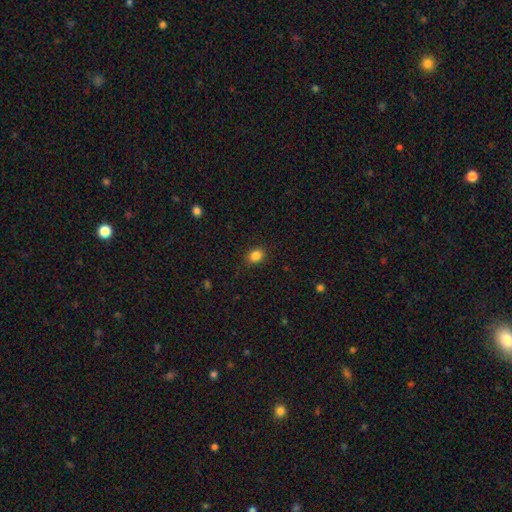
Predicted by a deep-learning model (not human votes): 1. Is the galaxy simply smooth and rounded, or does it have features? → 85% smooth, 11% star or artifact, 4% featured or disk.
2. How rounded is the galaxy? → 56% round, 43% in between, 1% cigar-shaped.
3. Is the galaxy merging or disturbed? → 88% none, 9% minor disturbance, 2% major disturbance, 1% merger.